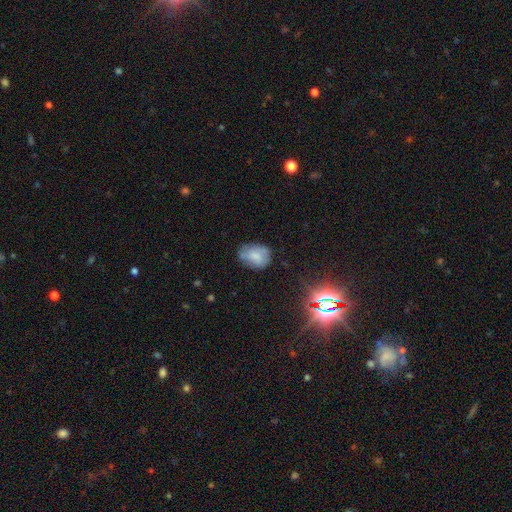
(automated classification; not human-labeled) A smooth galaxy with no disk features (66%) that is in between round and cigar-shaped (68%).

Vote fractions:
- Smooth or featured? smooth: 66% / featured or disk: 23% / star or artifact: 11%
- How rounded? in between: 68% / round: 31% / cigar-shaped: 1%
- Merging? none: 63% / minor disturbance: 26% / major disturbance: 9% / merger: 3%